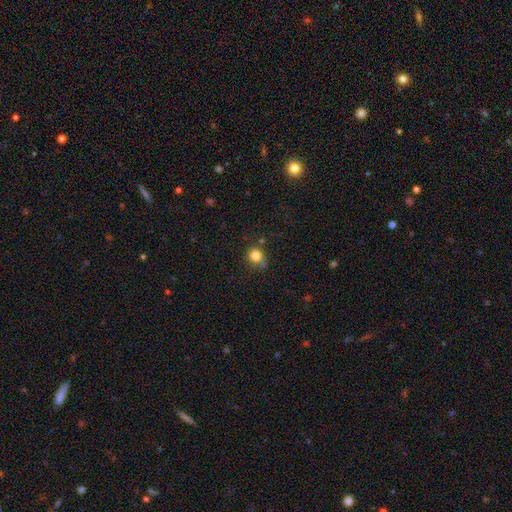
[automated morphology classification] This appears to be a smooth galaxy with no disk features (82%) that is round (83%). Merging: none (69%).